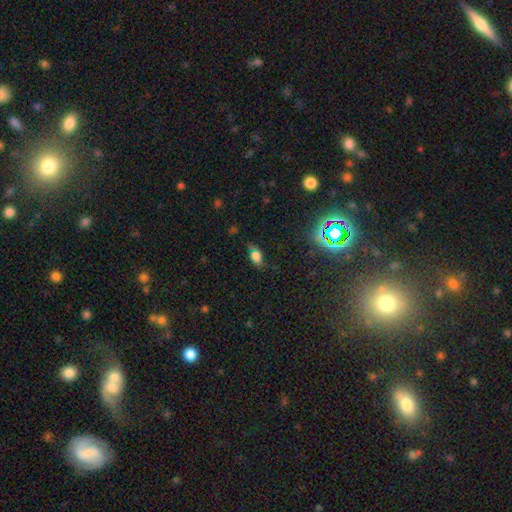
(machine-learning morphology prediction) This is likely a smooth galaxy (67%). How rounded: clearly in between (83%). Merging: likely none (65%).